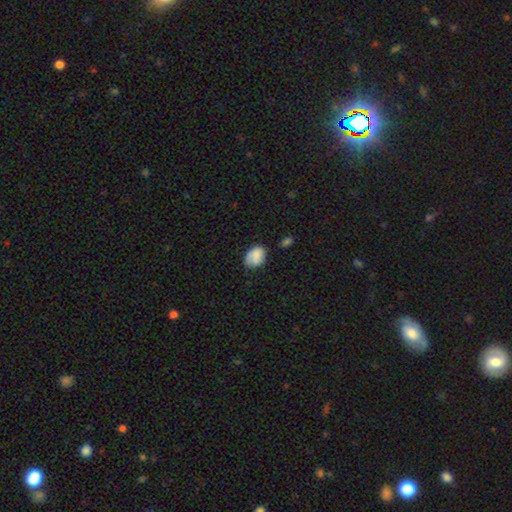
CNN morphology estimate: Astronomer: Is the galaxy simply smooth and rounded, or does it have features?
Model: smooth — 82%.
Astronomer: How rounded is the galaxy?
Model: in between — 75%.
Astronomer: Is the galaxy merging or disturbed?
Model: none — 61%.